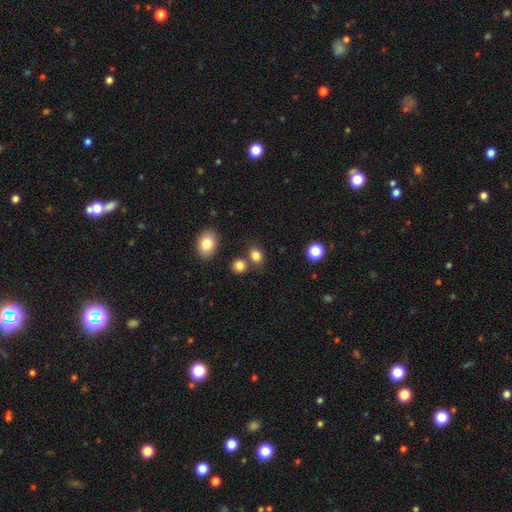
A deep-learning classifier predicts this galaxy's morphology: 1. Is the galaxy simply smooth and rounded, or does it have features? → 83% smooth, 12% star or artifact, 5% featured or disk.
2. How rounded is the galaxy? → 59% round, 40% in between, 1% cigar-shaped.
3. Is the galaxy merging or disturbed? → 69% none, 16% merger, 11% minor disturbance, 4% major disturbance.